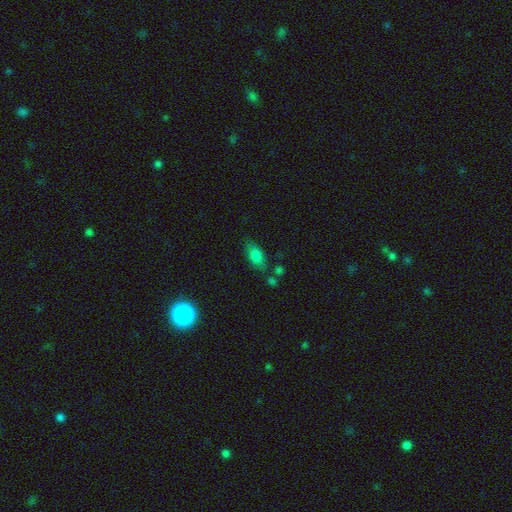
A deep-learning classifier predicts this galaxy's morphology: type=smooth (78%); roundness=in between (86%); merging=none (67%).